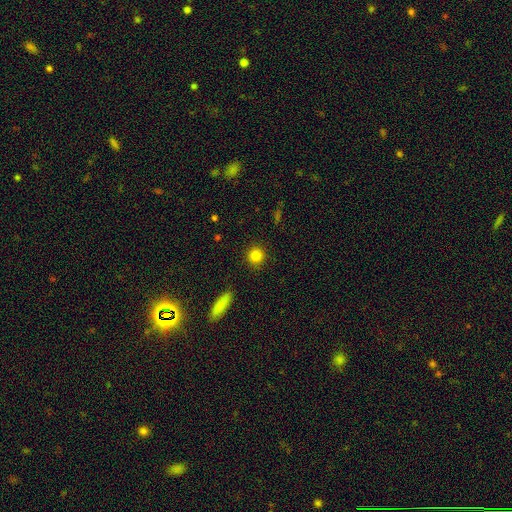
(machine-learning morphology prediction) This is clearly a smooth galaxy (84%). How rounded: clearly round (92%). Merging: clearly none (92%).